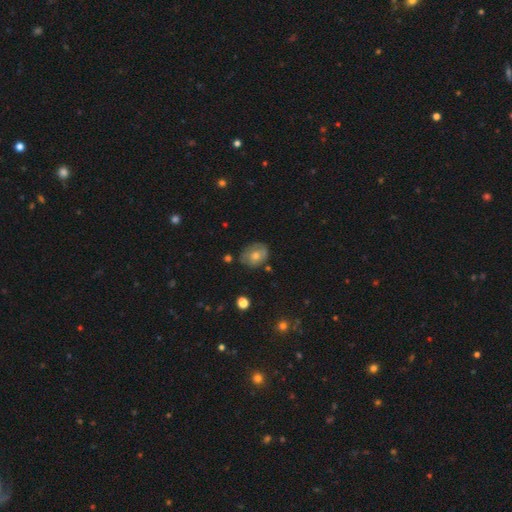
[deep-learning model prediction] A smooth galaxy with no disk features (53%) that is in between round and cigar-shaped (55%).

Vote fractions:
- Smooth or featured? smooth: 53% / featured or disk: 36% / star or artifact: 11%
- How rounded? in between: 55% / round: 44% / cigar-shaped: 1%
- Merging? none: 69% / minor disturbance: 23% / major disturbance: 6% / merger: 3%